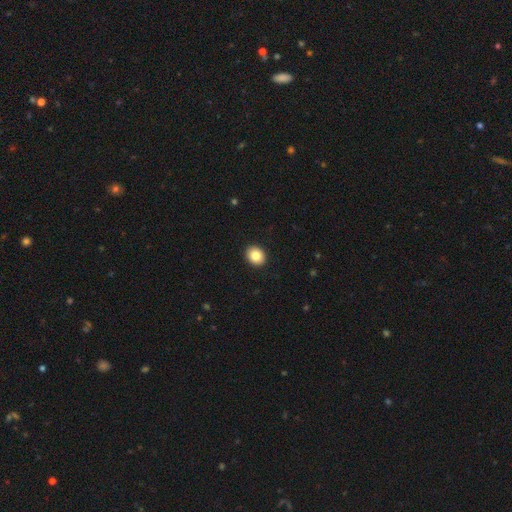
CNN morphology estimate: Q: Smooth or featured?
A: smooth (84%); runner-up: star or artifact (9%)
Q: How rounded?
A: round (62%); runner-up: in between (37%)
Q: Merging?
A: none (92%); runner-up: minor disturbance (5%)